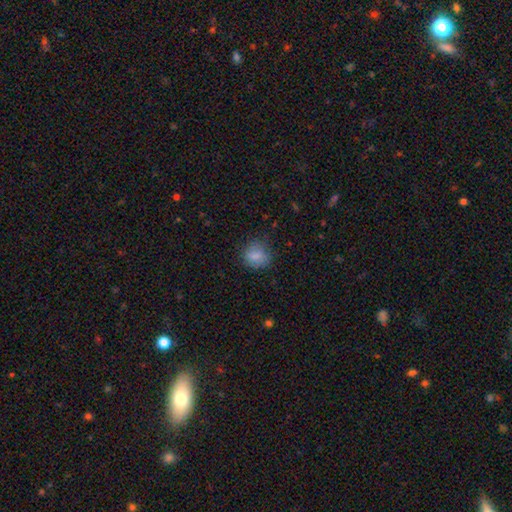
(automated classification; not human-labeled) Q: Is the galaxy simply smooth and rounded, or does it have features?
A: smooth — 83%.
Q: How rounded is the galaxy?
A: round — 76%.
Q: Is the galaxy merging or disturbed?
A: none — 76%.